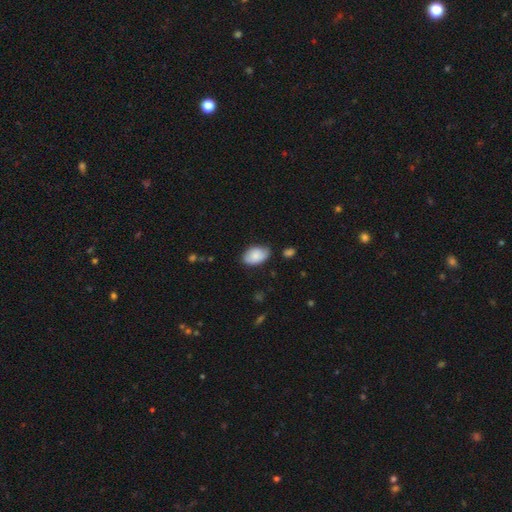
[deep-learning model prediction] Smooth or featured? Predicted: smooth (p=0.81). How rounded? Predicted: in between (p=0.89). Merging? Predicted: none (p=0.69).